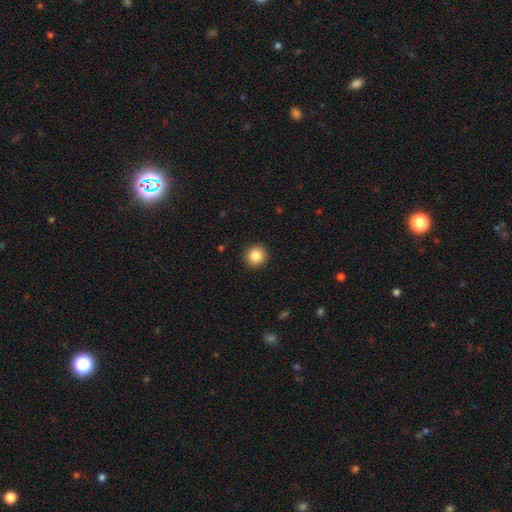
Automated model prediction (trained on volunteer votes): Smooth or featured: smooth — 86% (star or artifact — 9%)
How rounded: round — 92% (in between — 7%)
Merging: none — 92% (minor disturbance — 5%)